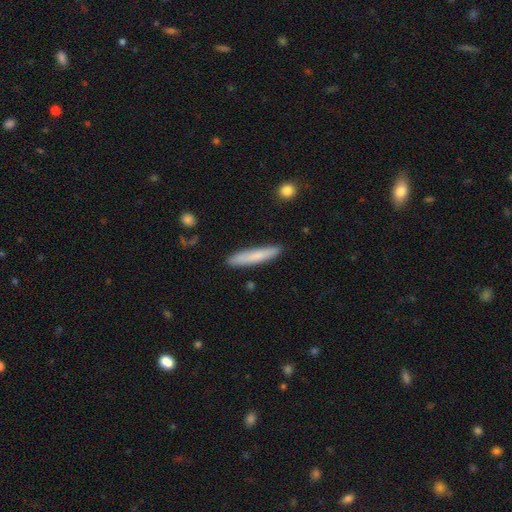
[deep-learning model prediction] Smooth or featured? Predicted: smooth (p=0.75). How rounded? Predicted: cigar-shaped (p=0.92). Merging? Predicted: none (p=0.87).